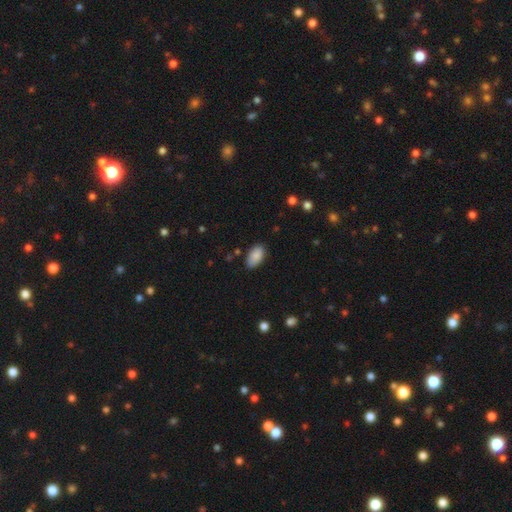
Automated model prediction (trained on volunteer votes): Smooth or featured?
  - smooth: 89% *
  - star or artifact: 7%
  - featured or disk: 5%
How rounded?
  - in between: 95% *
  - round: 3%
  - cigar-shaped: 2%
Merging?
  - none: 83% *
  - minor disturbance: 13%
  - major disturbance: 3%
  - merger: 1%